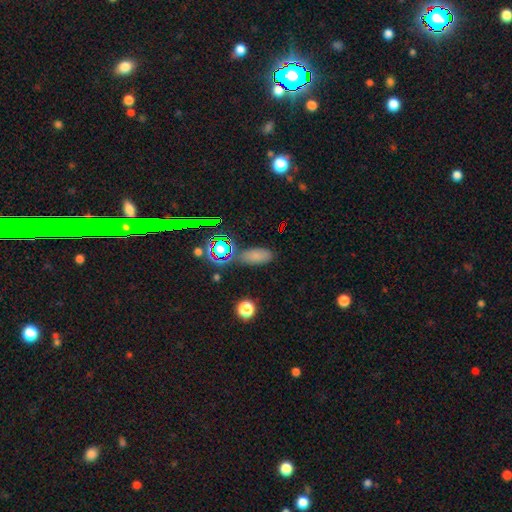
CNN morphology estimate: This is likely a smooth galaxy (67%). How rounded: clearly in between (85%). Merging: likely none (76%).